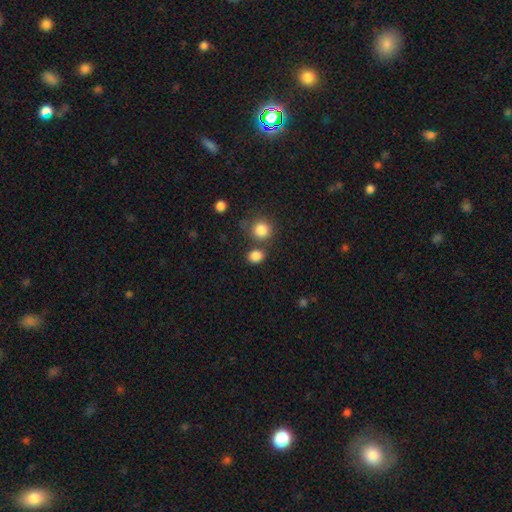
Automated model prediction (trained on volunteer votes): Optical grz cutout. It shows a smooth galaxy with no disk features (85%) that is round (63%). Merging: none (69%).